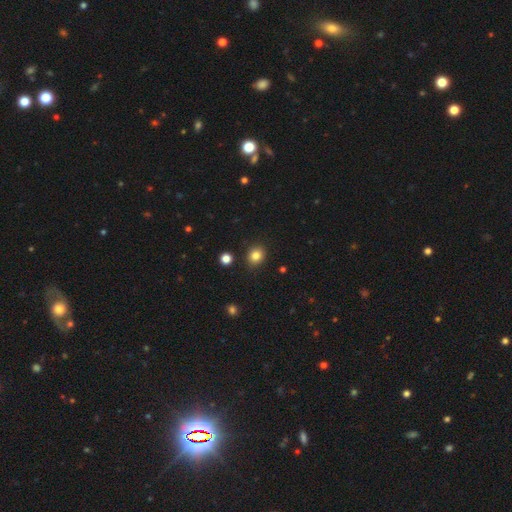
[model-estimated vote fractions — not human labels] smooth_or_featured: smooth (p=0.84) [alt: star or artifact p=0.11]
how_rounded: round (p=0.70) [alt: in between p=0.30]
merging: none (p=0.88) [alt: minor disturbance p=0.08]